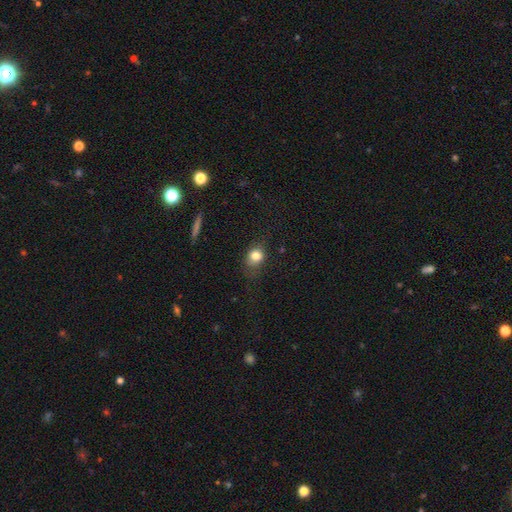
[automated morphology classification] Q: Smooth or featured?
A: smooth (79%); runner-up: star or artifact (11%)
Q: How rounded?
A: round (54%); runner-up: in between (44%)
Q: Merging?
A: none (67%); runner-up: minor disturbance (22%)